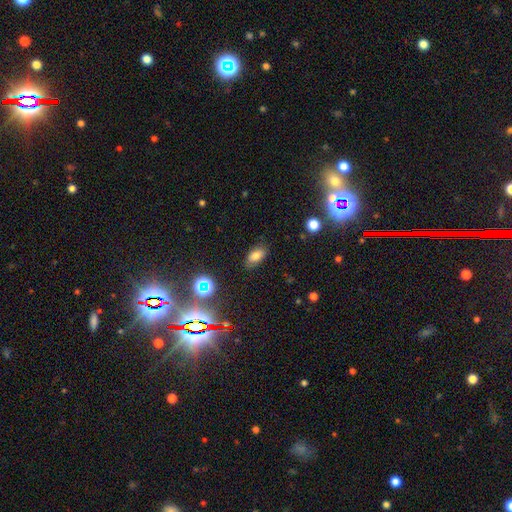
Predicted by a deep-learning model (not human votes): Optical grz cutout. It shows a smooth galaxy with no disk features (74%) that is in between round and cigar-shaped (89%). Merging: none (82%).